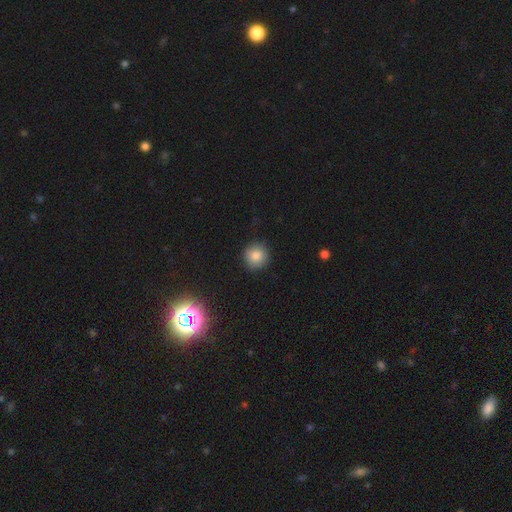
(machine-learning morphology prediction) type=smooth (83%); roundness=round (94%); merging=none (89%).